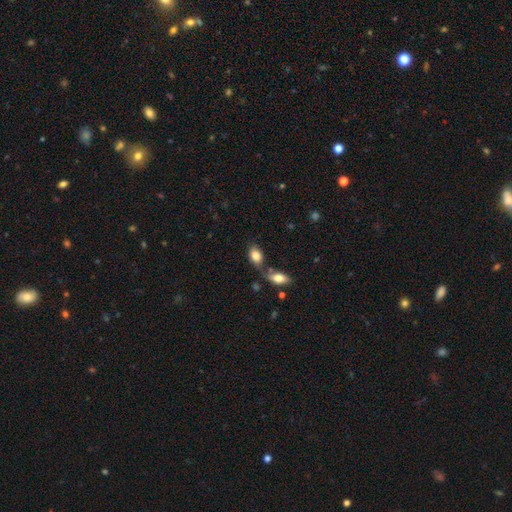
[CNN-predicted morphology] This appears to be a smooth galaxy with no disk features (82%) that is in between round and cigar-shaped (88%). Merging: none (50%).